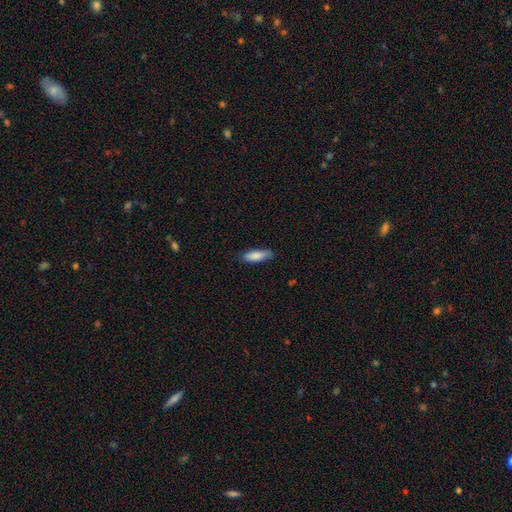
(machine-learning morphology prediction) smooth-or-featured: smooth: 85% | featured or disk: 9% | star or artifact: 6%
  how-rounded: in between: 50% | cigar-shaped: 48% | round: 2%
  merging: none: 78% | minor disturbance: 18% | major disturbance: 3% | merger: 1%